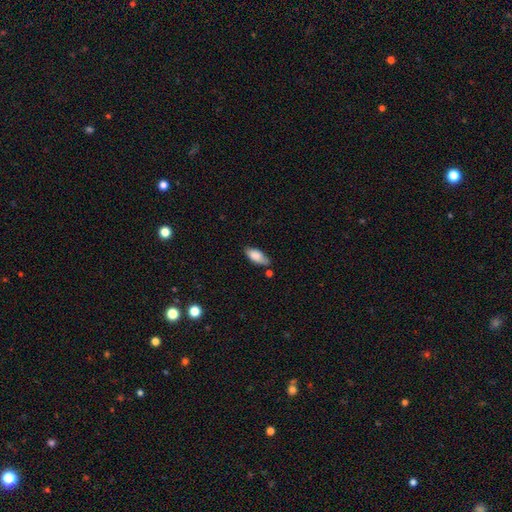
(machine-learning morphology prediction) Smooth or featured? smooth (83%)
How rounded? in between (84%)
Merging? none (66%)